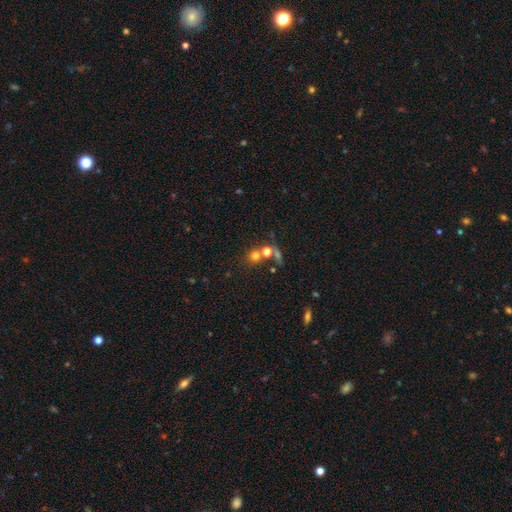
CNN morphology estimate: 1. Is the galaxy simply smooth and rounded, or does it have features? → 68% smooth, 19% star or artifact, 13% featured or disk.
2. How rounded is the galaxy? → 83% round, 16% in between, 1% cigar-shaped.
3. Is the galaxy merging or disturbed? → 52% none, 35% merger, 8% minor disturbance, 6% major disturbance.